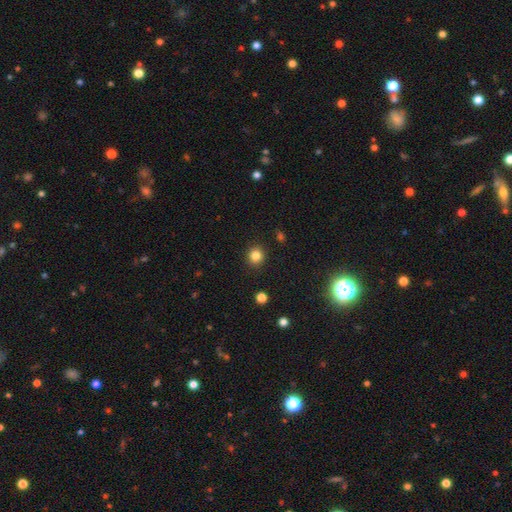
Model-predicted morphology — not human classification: Q: Smooth or featured?
A: smooth (83%); runner-up: star or artifact (12%)
Q: How rounded?
A: round (85%); runner-up: in between (14%)
Q: Merging?
A: none (91%); runner-up: minor disturbance (6%)